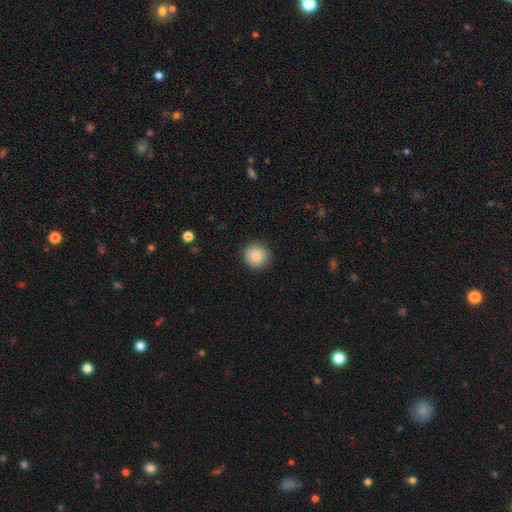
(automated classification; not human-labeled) Overall: smooth (84%). How rounded: round (94%). Merging: none (90%).